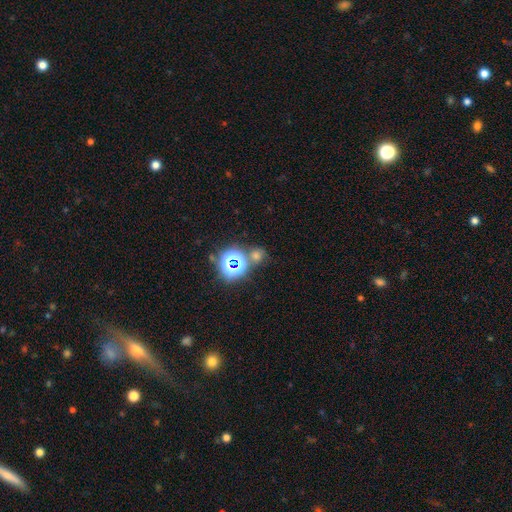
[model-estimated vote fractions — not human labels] Smooth or featured? smooth (48%)
Merging? none (64%)